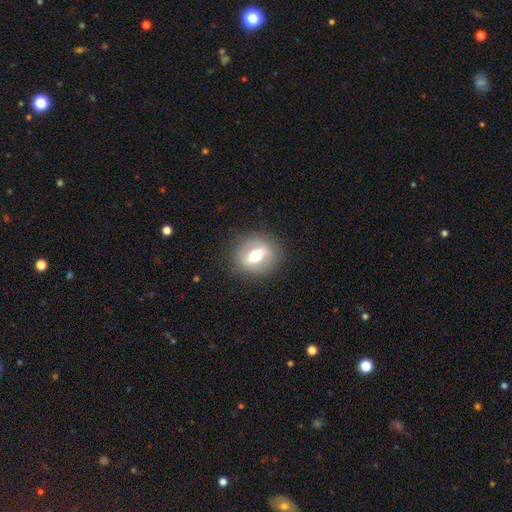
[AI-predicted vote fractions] Overall: featured or disk (51%; smooth 41%). Edge-on disk: no (81%). Merging: none (85%).